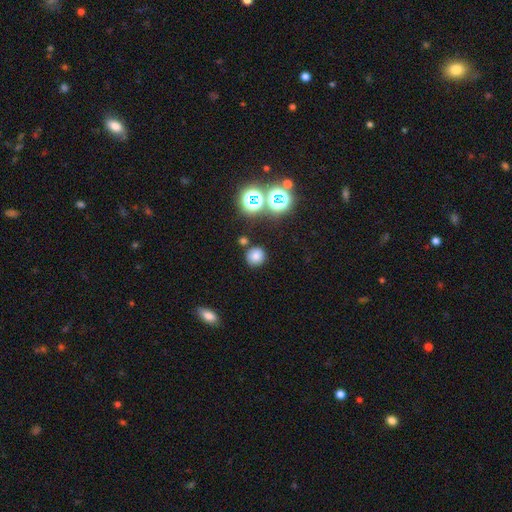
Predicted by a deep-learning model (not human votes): smooth 73%, star or artifact 20%, featured or disk 7%. Down the decision tree: how rounded — round (92%); merging — none (84%).